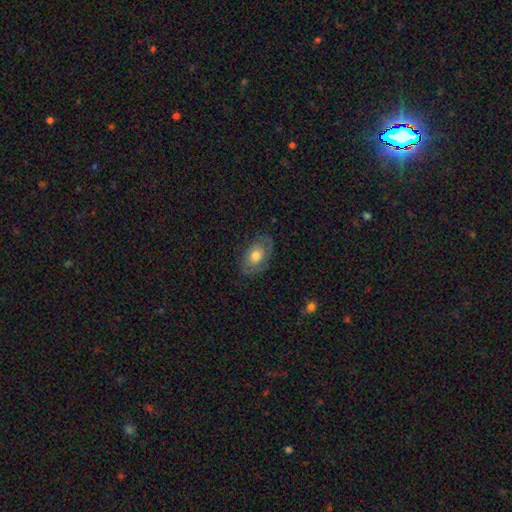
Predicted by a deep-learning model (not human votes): This is likely a smooth galaxy (62%). How rounded: clearly in between (88%). Merging: likely none (78%).